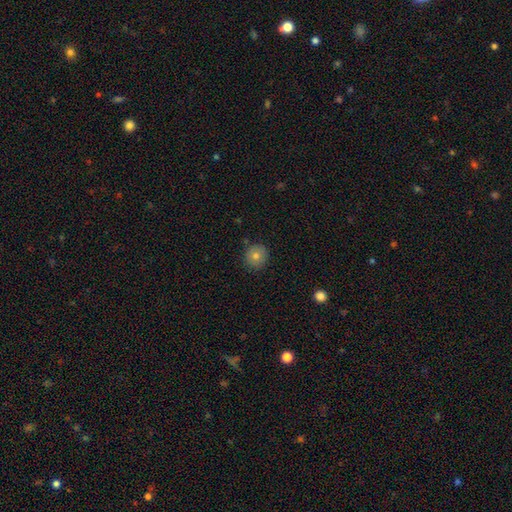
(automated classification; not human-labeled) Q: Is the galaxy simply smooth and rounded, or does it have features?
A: smooth — 75%.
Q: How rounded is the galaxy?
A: round — 93%.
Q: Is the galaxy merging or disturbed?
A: none — 89%.